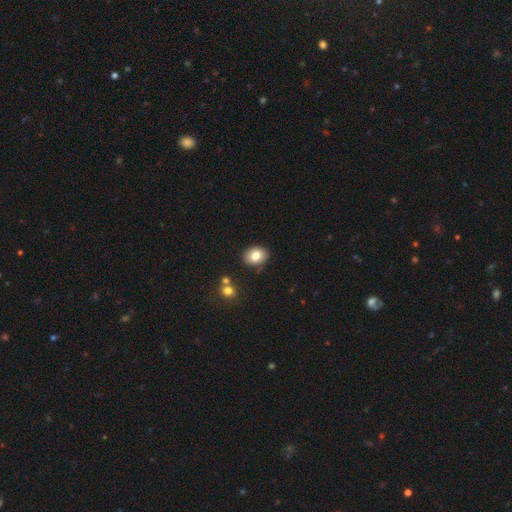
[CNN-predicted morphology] smooth-or-featured: smooth: 80% | featured or disk: 10% | star or artifact: 9%
  how-rounded: in between: 56% | round: 43% | cigar-shaped: 1%
  merging: none: 84% | minor disturbance: 11% | merger: 3% | major disturbance: 2%